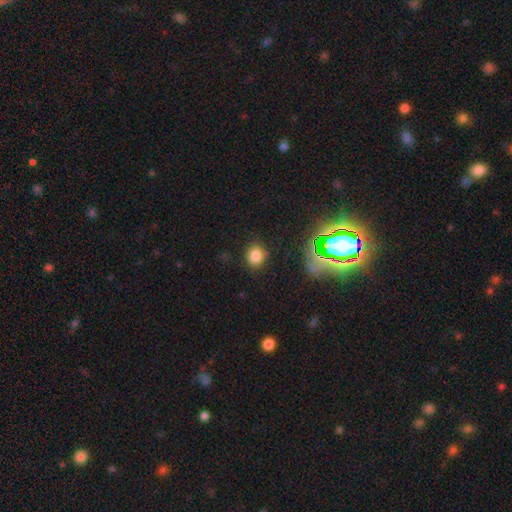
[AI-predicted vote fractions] smooth_or_featured: smooth (p=0.78) [alt: star or artifact p=0.16]
how_rounded: round (p=0.67) [alt: in between p=0.32]
merging: none (p=0.82) [alt: minor disturbance p=0.12]